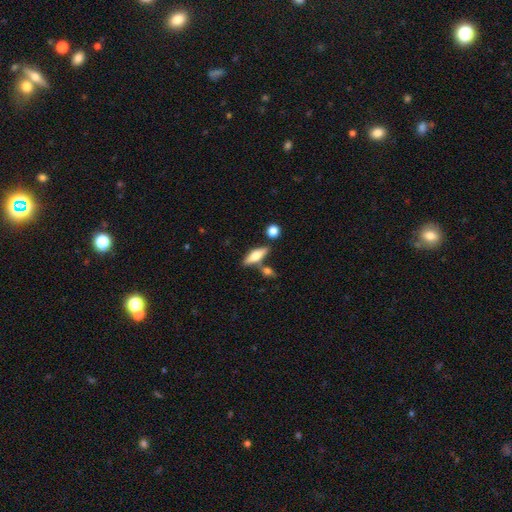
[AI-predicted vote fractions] The model was most divided on "smooth or featured": smooth: 47%, featured or disk: 46%, star or artifact: 7%. More confident: merging — none (74%).